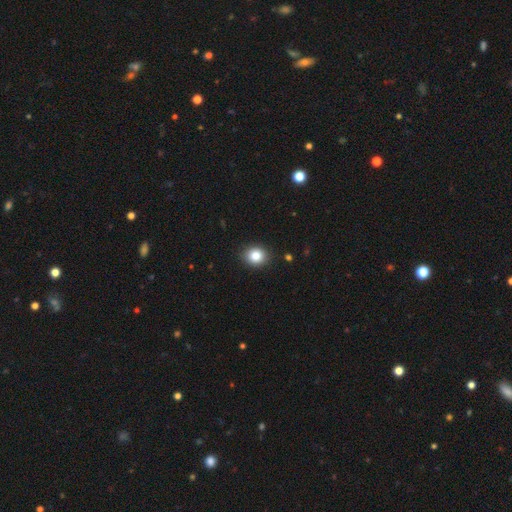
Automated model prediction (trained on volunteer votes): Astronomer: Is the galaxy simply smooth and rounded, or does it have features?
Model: smooth — 85%.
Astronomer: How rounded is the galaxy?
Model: round — 67%.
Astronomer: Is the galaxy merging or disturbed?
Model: none — 89%.